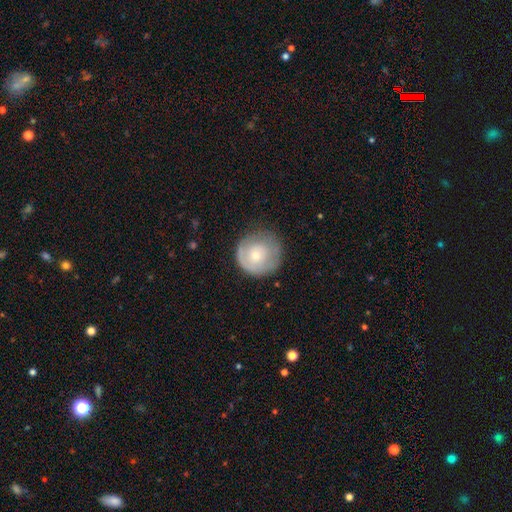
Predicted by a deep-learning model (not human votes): A smooth galaxy with no disk features (51%) that is round (92%).

Vote fractions:
- Smooth or featured? smooth: 51% / featured or disk: 42% / star or artifact: 6%
- How rounded? round: 92% / in between: 8% / cigar-shaped: 1%
- Merging? none: 71% / minor disturbance: 19% / major disturbance: 9% / merger: 1%